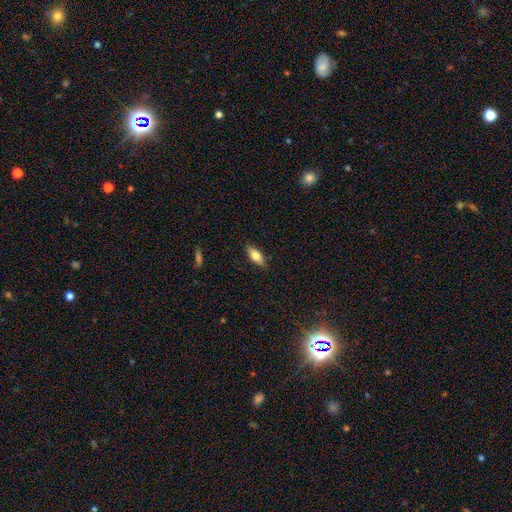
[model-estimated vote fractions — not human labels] Smooth or featured?
  - smooth: 70% *
  - featured or disk: 23%
  - star or artifact: 7%
How rounded?
  - in between: 73% *
  - cigar-shaped: 24%
  - round: 3%
Merging?
  - none: 86% *
  - minor disturbance: 11%
  - major disturbance: 2%
  - merger: 1%